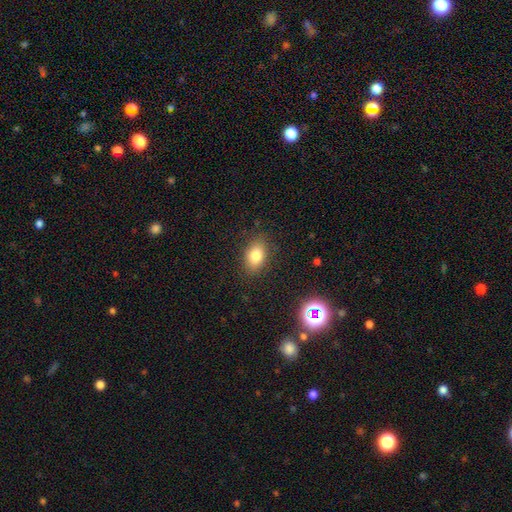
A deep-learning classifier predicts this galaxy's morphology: Smooth or featured?
  - smooth: 80% *
  - star or artifact: 10%
  - featured or disk: 10%
How rounded?
  - in between: 84% *
  - round: 14%
  - cigar-shaped: 2%
Merging?
  - none: 85% *
  - minor disturbance: 11%
  - major disturbance: 3%
  - merger: 1%